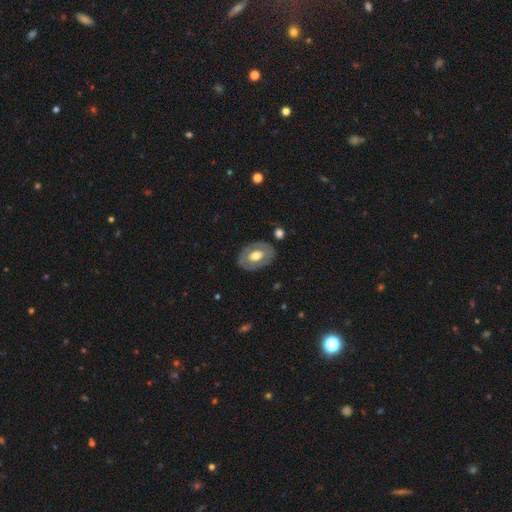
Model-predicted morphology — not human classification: Q: Smooth or featured?
A: featured or disk (50%); runner-up: smooth (45%)
Q: Merging?
A: none (81%); runner-up: minor disturbance (13%)